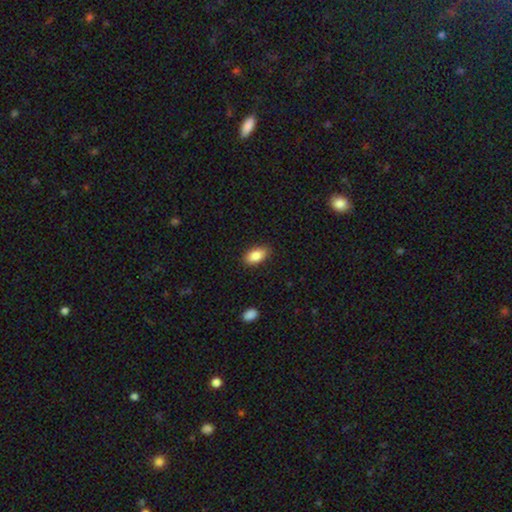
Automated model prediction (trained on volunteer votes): Smooth or featured?
  - smooth: 87% *
  - star or artifact: 7%
  - featured or disk: 6%
How rounded?
  - in between: 92% *
  - round: 4%
  - cigar-shaped: 3%
Merging?
  - none: 87% *
  - minor disturbance: 10%
  - major disturbance: 2%
  - merger: 1%